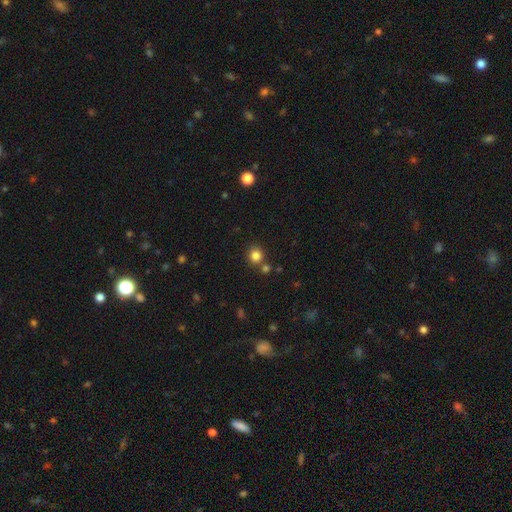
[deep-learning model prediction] smooth-or-featured: smooth: 83% | star or artifact: 12% | featured or disk: 5%
  how-rounded: round: 88% | in between: 11% | cigar-shaped: 1%
  merging: none: 77% | merger: 12% | minor disturbance: 8% | major disturbance: 3%